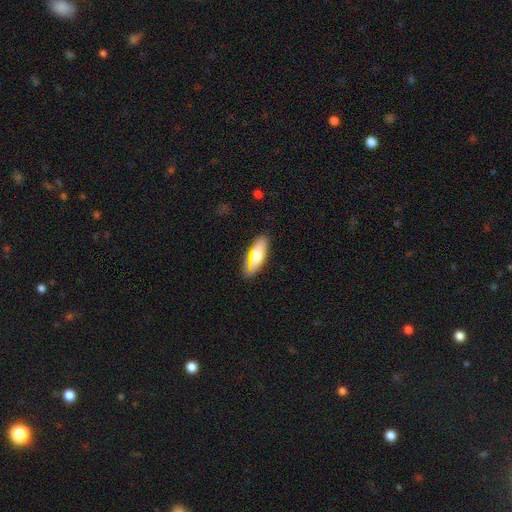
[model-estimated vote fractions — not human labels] Overall: smooth (64%; featured or disk 26%). How rounded: in between (70%). Merging: none (78%).